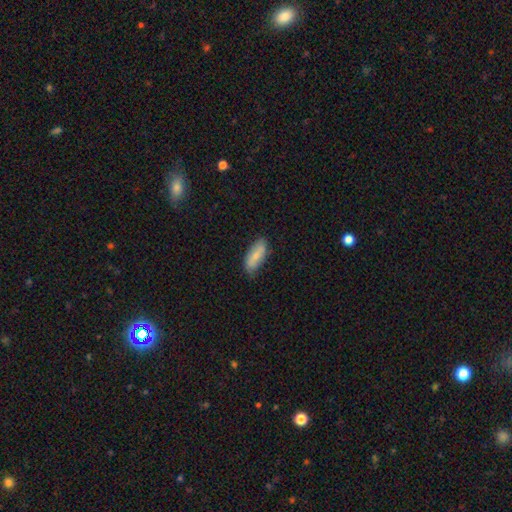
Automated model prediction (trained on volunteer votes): Smooth or featured?
  - smooth: 68% *
  - featured or disk: 26%
  - star or artifact: 6%
How rounded?
  - in between: 80% *
  - cigar-shaped: 18%
  - round: 2%
Merging?
  - none: 74% *
  - minor disturbance: 22%
  - major disturbance: 3%
  - merger: 1%